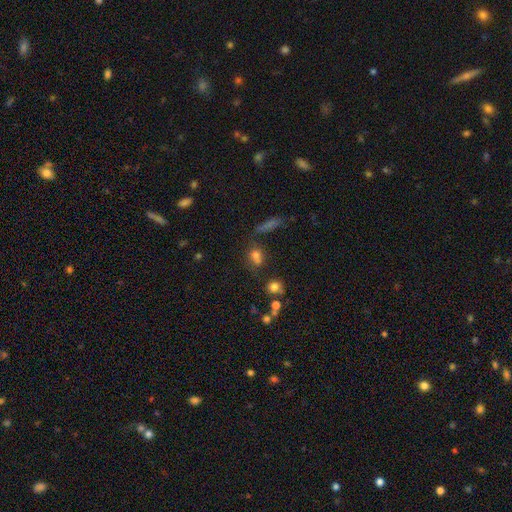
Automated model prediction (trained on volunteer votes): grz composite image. It shows a smooth galaxy with no disk features (71%) that is in between round and cigar-shaped (58%). Merging: none (55%).